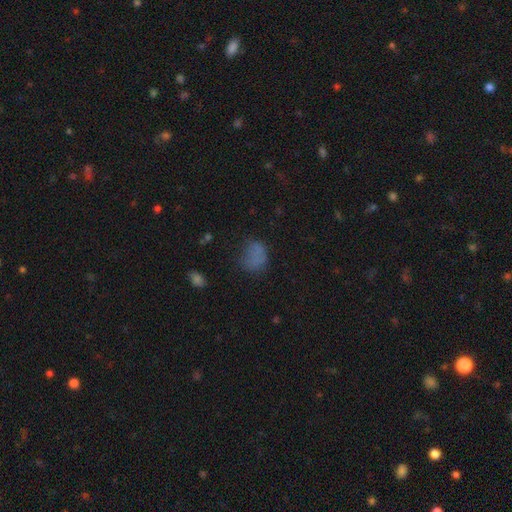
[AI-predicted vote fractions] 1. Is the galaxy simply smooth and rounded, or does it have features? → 70% smooth, 17% star or artifact, 13% featured or disk.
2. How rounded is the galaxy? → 56% in between, 42% round, 2% cigar-shaped.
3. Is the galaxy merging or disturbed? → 47% none, 26% minor disturbance, 23% major disturbance, 4% merger.